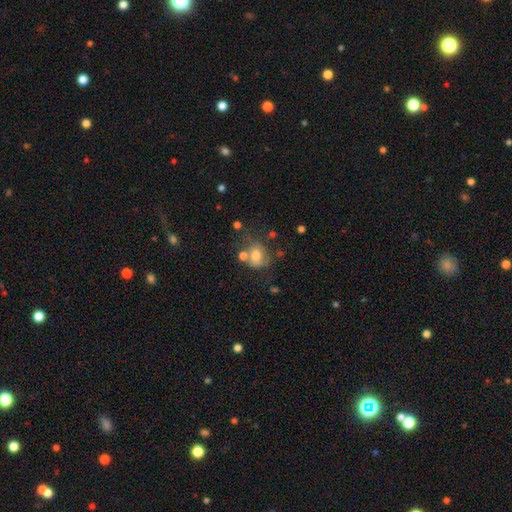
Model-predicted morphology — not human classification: Smooth or featured? Predicted: smooth (p=0.67). How rounded? Predicted: round (p=0.59). Merging? Predicted: none (p=0.41).